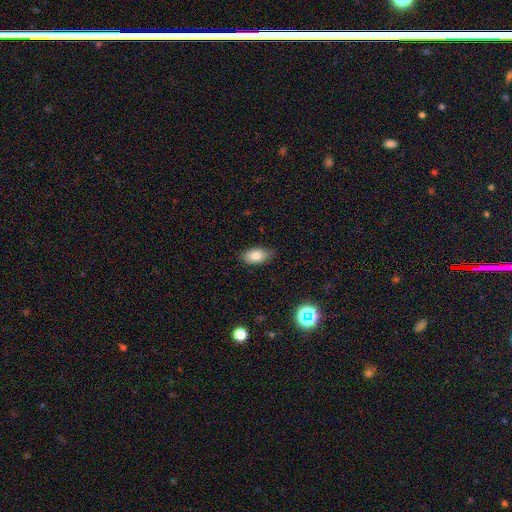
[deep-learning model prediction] Smooth or featured?
  - smooth: 82% *
  - featured or disk: 10%
  - star or artifact: 9%
How rounded?
  - in between: 91% *
  - round: 6%
  - cigar-shaped: 3%
Merging?
  - none: 82% *
  - minor disturbance: 15%
  - major disturbance: 3%
  - merger: 1%